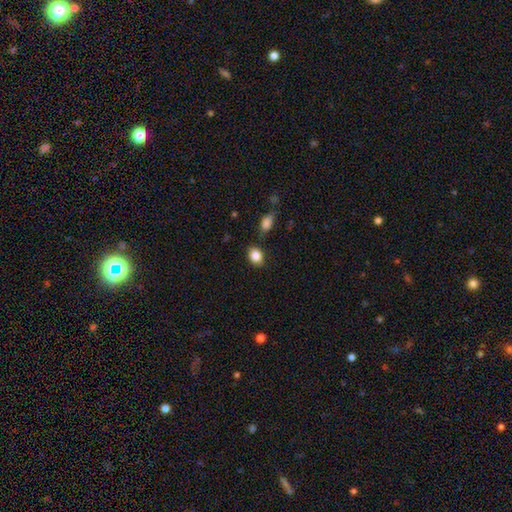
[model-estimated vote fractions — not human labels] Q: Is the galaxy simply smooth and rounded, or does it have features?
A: smooth — 85%.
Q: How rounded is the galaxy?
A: in between — 60%.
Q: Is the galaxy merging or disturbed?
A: none — 80%.